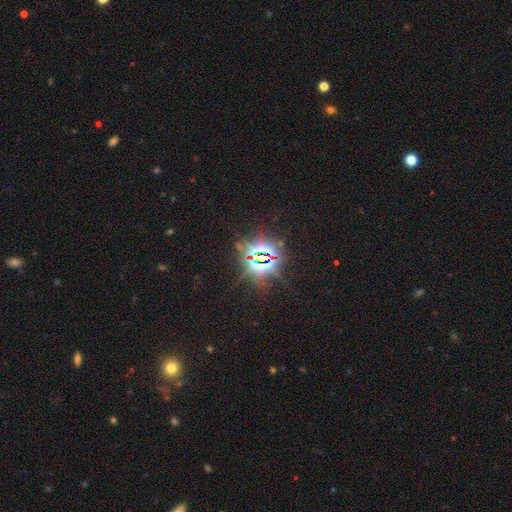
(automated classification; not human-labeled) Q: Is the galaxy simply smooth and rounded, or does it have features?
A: star or artifact — 83%.